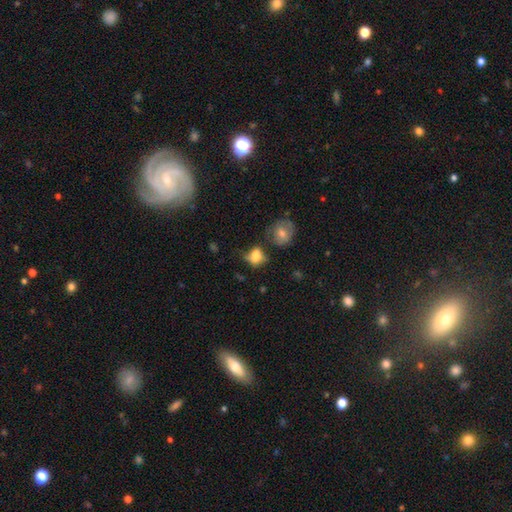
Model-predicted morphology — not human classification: Smooth or featured: smooth — 75% (featured or disk — 15%)
How rounded: in between — 58% (round — 40%)
Merging: none — 39% (minor disturbance — 28%)